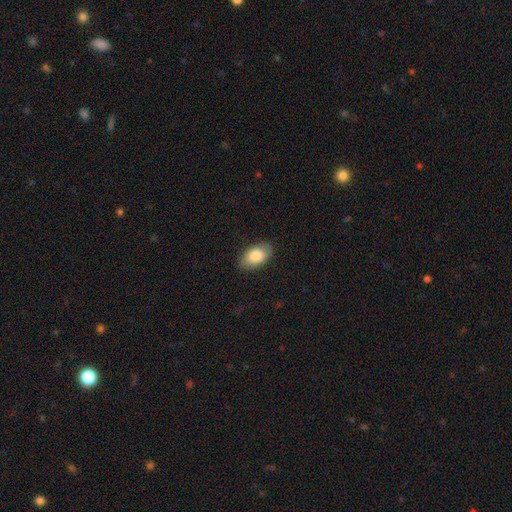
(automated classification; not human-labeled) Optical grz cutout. It shows a smooth galaxy with no disk features (83%) that is in between round and cigar-shaped (93%). Merging: none (83%).